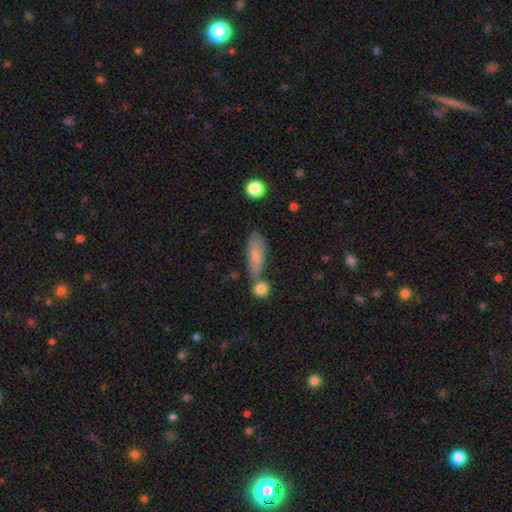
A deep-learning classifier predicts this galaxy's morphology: smooth_or_featured: smooth (p=0.80) [alt: featured or disk p=0.13]
how_rounded: in between (p=0.58) [alt: cigar-shaped p=0.38]
merging: none (p=0.61) [alt: minor disturbance p=0.18]